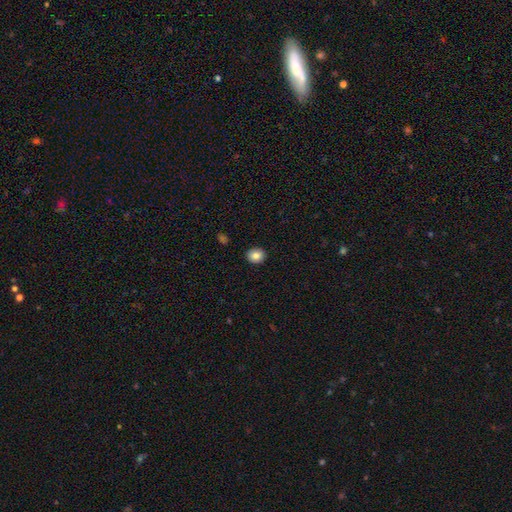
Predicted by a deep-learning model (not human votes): Q: Smooth or featured?
A: smooth (84%); runner-up: star or artifact (9%)
Q: How rounded?
A: round (73%); runner-up: in between (26%)
Q: Merging?
A: none (92%); runner-up: minor disturbance (6%)